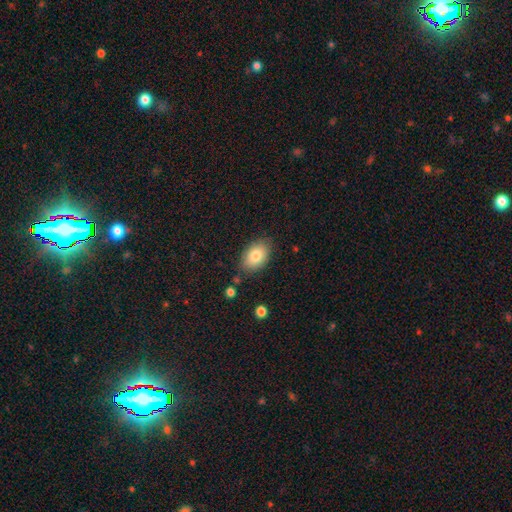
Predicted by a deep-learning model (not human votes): Morphology: type=smooth (82%); roundness=in between (89%); merging=none (80%).